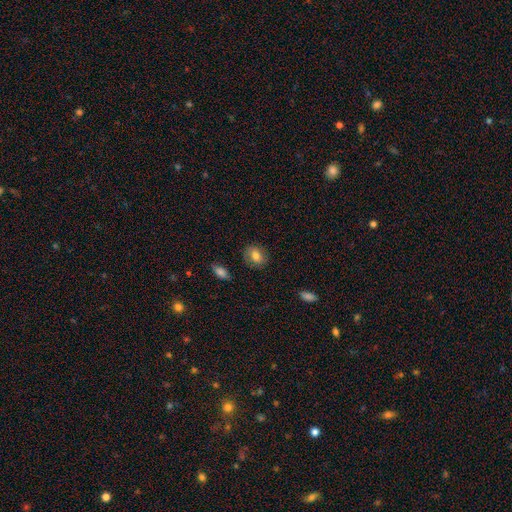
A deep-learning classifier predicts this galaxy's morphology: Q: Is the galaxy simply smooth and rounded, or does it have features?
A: smooth — 74%.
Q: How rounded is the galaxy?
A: in between — 52%.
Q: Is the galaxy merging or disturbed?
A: none — 82%.